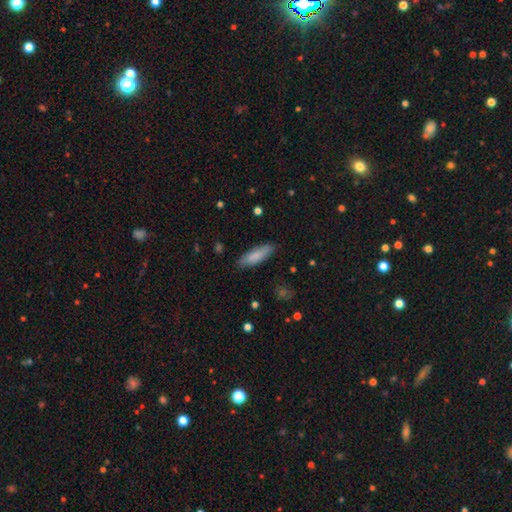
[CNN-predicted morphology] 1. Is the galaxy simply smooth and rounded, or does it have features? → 83% smooth, 11% featured or disk, 6% star or artifact.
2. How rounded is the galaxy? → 51% cigar-shaped, 48% in between, 2% round.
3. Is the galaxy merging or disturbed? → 86% none, 11% minor disturbance, 2% major disturbance, 1% merger.